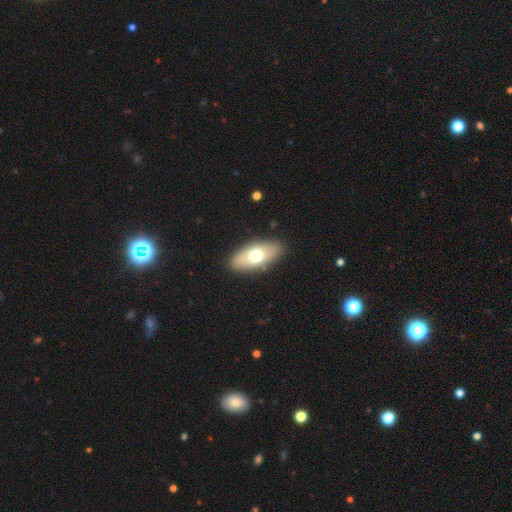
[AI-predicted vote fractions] Smooth or featured? smooth (65%)
How rounded? in between (87%)
Merging? none (88%)